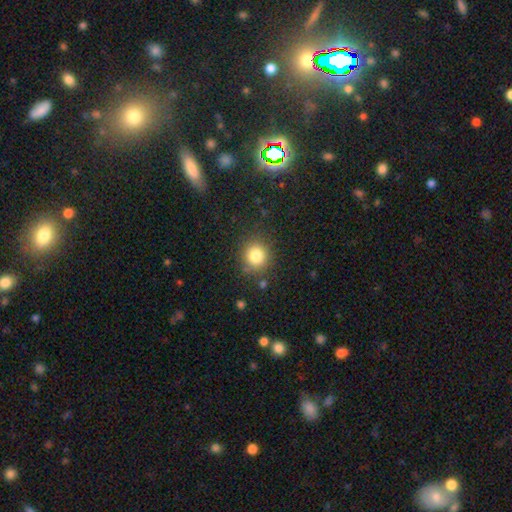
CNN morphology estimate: A smooth galaxy with no disk features (82%) that is round (87%). Merging: none (84%).